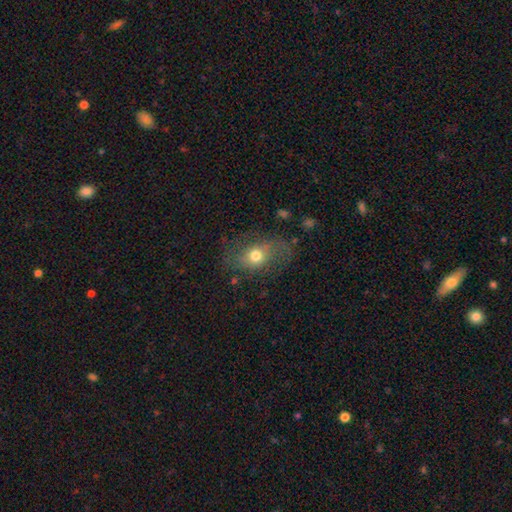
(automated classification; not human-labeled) Smooth or featured?
  - smooth: 53% *
  - featured or disk: 36%
  - star or artifact: 12%
How rounded?
  - in between: 64% *
  - round: 34%
  - cigar-shaped: 2%
Merging?
  - none: 61% *
  - minor disturbance: 21%
  - major disturbance: 16%
  - merger: 2%